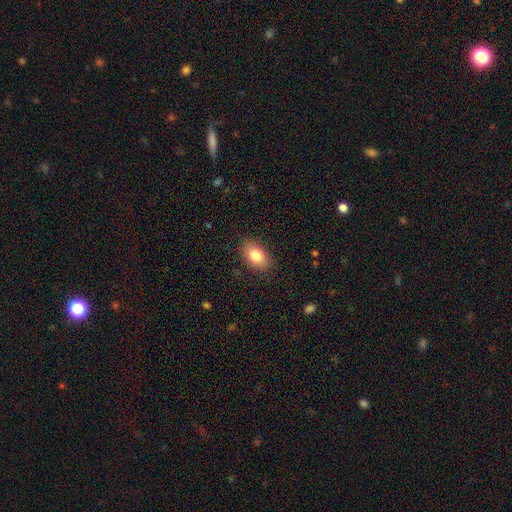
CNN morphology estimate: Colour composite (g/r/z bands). It shows a smooth galaxy with no disk features (82%) that is in between round and cigar-shaped (89%). Merging: none (87%).